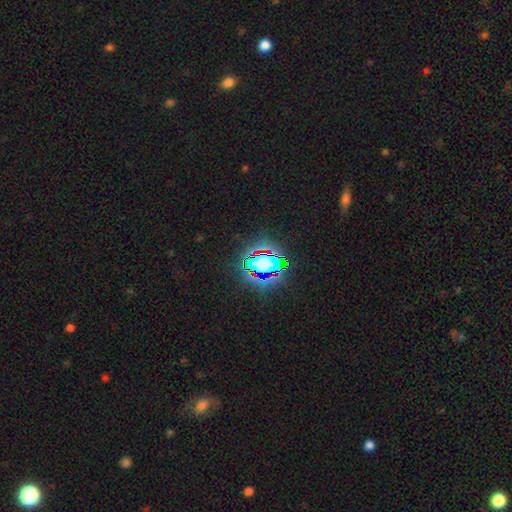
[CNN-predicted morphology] star or artifact 75%, smooth 14%, featured or disk 11%.